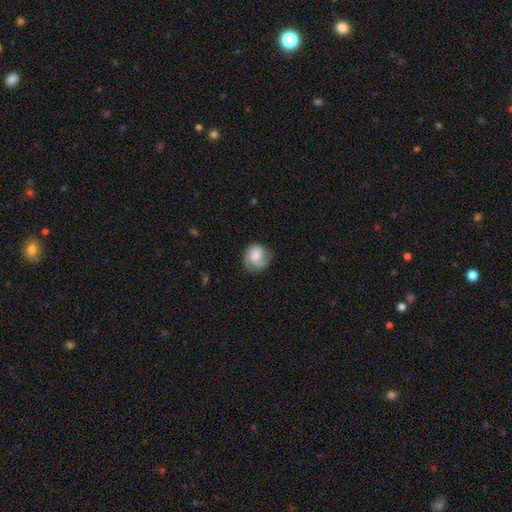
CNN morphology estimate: Smooth or featured?
  - smooth: 48% *
  - featured or disk: 44%
  - star or artifact: 7%
Merging?
  - none: 62% *
  - minor disturbance: 24%
  - major disturbance: 12%
  - merger: 1%